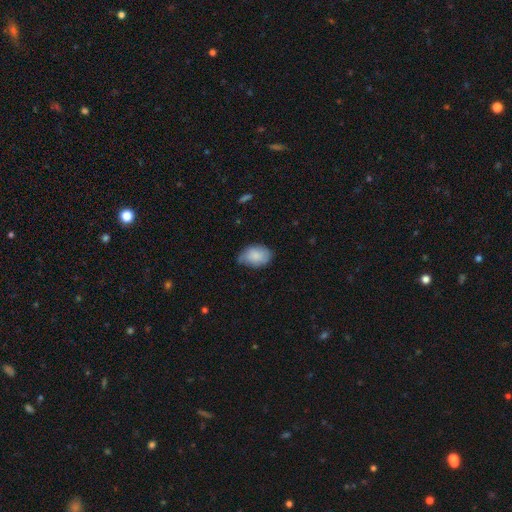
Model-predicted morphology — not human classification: Q: Smooth or featured?
A: smooth (82%); runner-up: featured or disk (11%)
Q: How rounded?
A: in between (86%); runner-up: round (13%)
Q: Merging?
A: none (62%); runner-up: minor disturbance (31%)